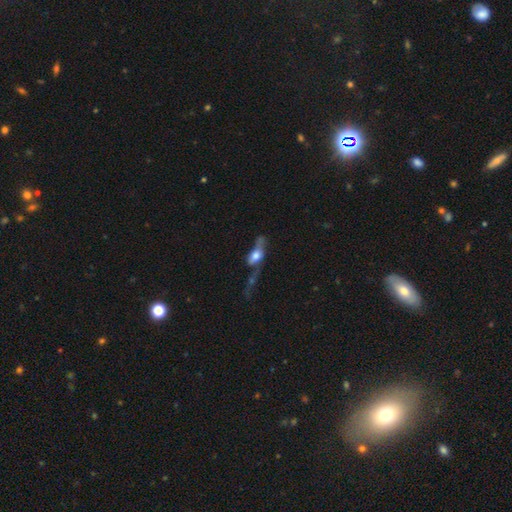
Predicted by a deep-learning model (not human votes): smooth_or_featured: featured or disk (p=0.46) [alt: smooth p=0.44]
merging: major disturbance (p=0.43) [alt: none p=0.23]